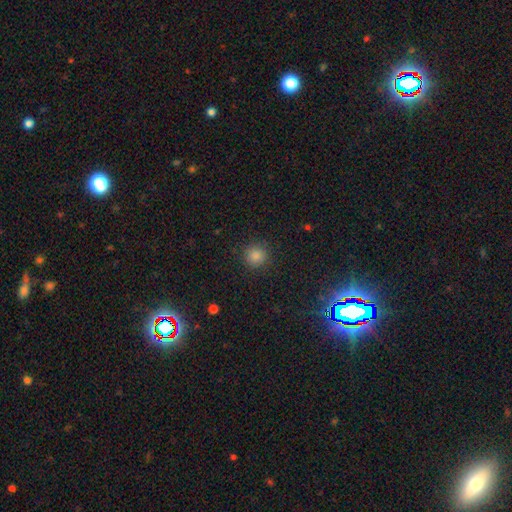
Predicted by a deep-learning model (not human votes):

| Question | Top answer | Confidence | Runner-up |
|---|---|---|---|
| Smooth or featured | smooth | 78% | star or artifact (18%) |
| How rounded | round | 93% | in between (6%) |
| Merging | none | 90% | minor disturbance (6%) |